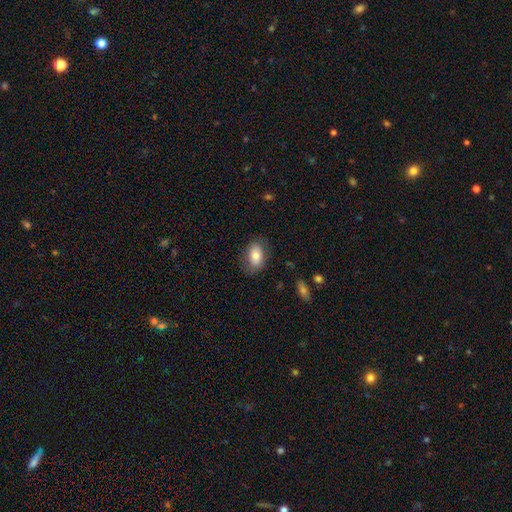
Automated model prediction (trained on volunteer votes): The model was most divided on "merging": none: 78%, minor disturbance: 16%, major disturbance: 5%, merger: 1%. More confident: how rounded — in between (89%); smooth or featured — smooth (78%).